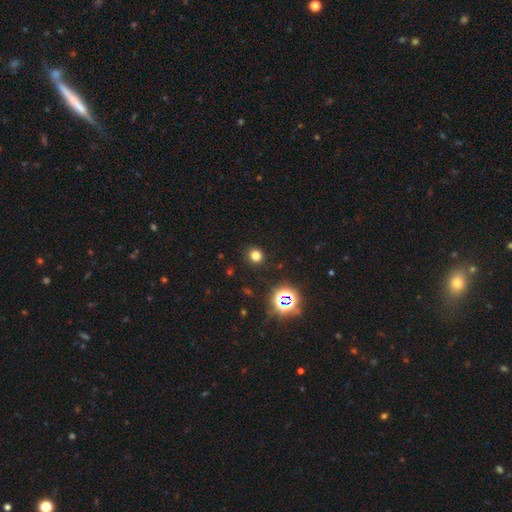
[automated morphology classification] Smooth or featured: smooth — 75% (star or artifact — 20%)
How rounded: round — 87% (in between — 12%)
Merging: none — 90% (minor disturbance — 6%)